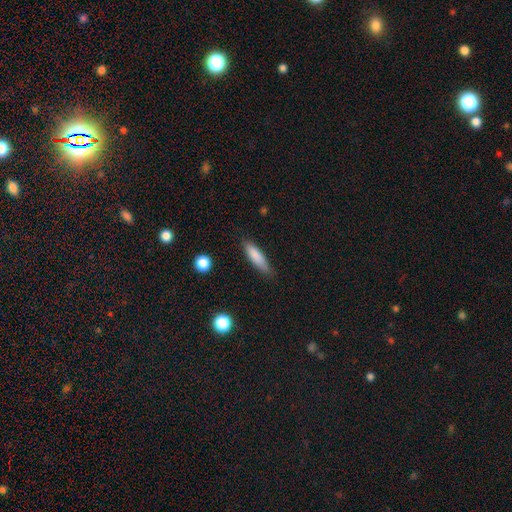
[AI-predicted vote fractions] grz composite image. It shows a smooth galaxy with no disk features (83%) that is cigar-shaped (67%). Merging: none (81%).